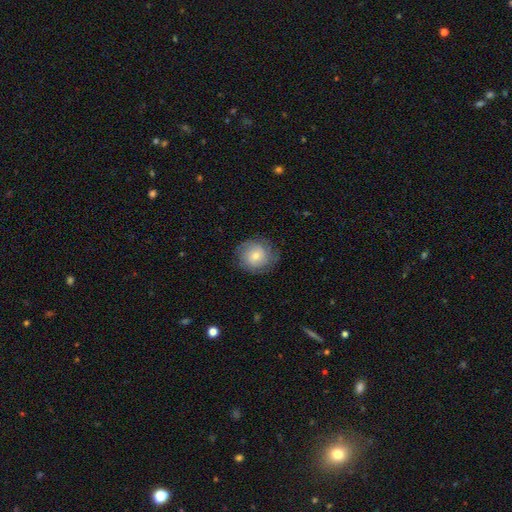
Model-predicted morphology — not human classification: smooth-or-featured: smooth: 49% | featured or disk: 43% | star or artifact: 8%
  merging: none: 77% | minor disturbance: 16% | major disturbance: 6% | merger: 1%